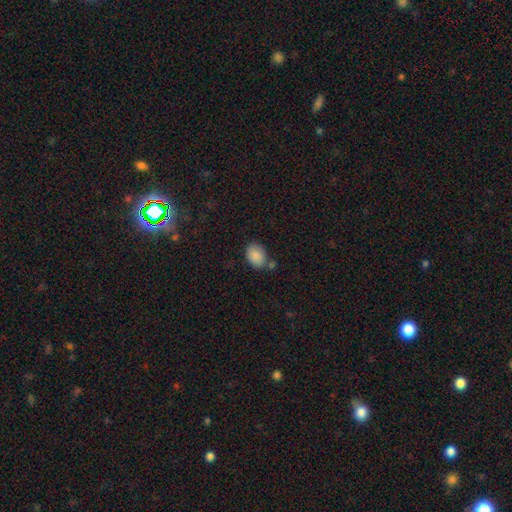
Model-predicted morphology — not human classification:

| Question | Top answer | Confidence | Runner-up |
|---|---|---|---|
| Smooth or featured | smooth | 88% | star or artifact (7%) |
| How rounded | in between | 80% | round (19%) |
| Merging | none | 69% | minor disturbance (15%) |